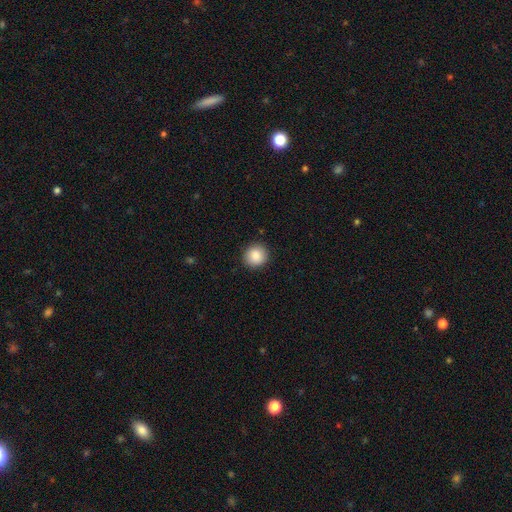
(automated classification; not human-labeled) This appears to be a smooth galaxy with no disk features (86%) that is round (90%). Merging: none (91%).